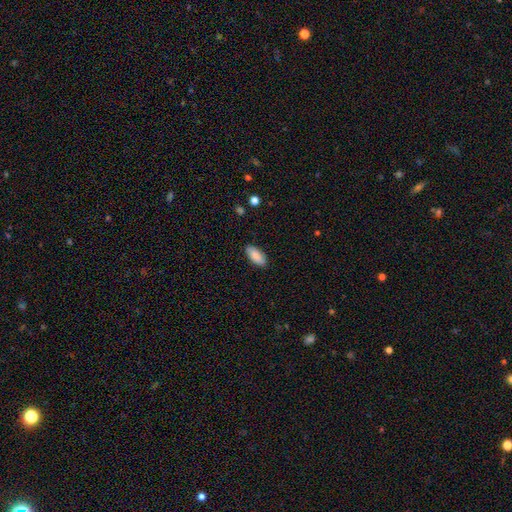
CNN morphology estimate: Q: Smooth or featured?
A: smooth (86%); runner-up: featured or disk (8%)
Q: How rounded?
A: in between (89%); runner-up: cigar-shaped (9%)
Q: Merging?
A: none (88%); runner-up: minor disturbance (9%)